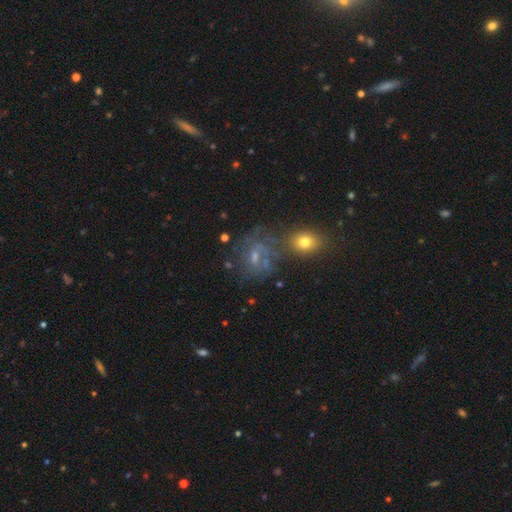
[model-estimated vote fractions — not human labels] This is likely a featured or disk galaxy (62%). It is clearly not viewed edge-on (96%). Bar: possibly weak (48%). Spiral arm pattern: likely yes (75%). Central bulge: possibly small (54%). Merging: possibly none (55%).